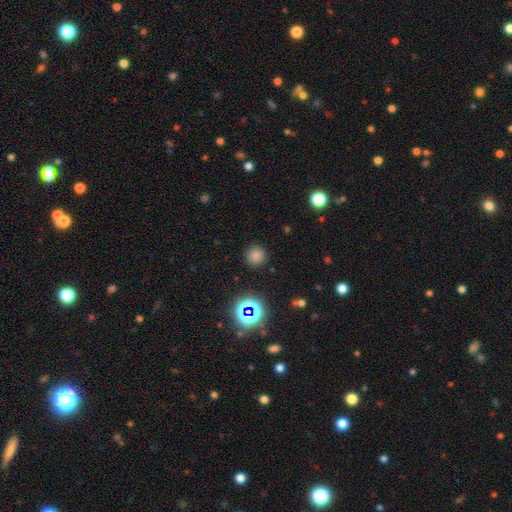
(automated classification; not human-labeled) This is likely a smooth galaxy (74%). How rounded: clearly round (93%). Merging: clearly none (88%).